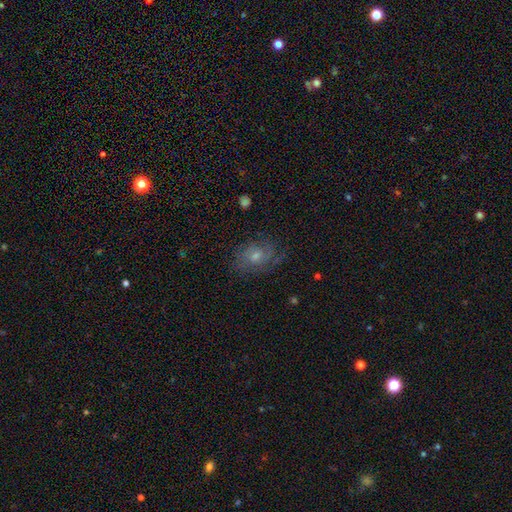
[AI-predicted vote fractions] featured or disk 54%, smooth 29%, star or artifact 17%. Down the decision tree: edge-on disk — no (95%); bar — no (74%); spiral arms — yes (82%); bulge size — moderate (54%); merging — none (72%).